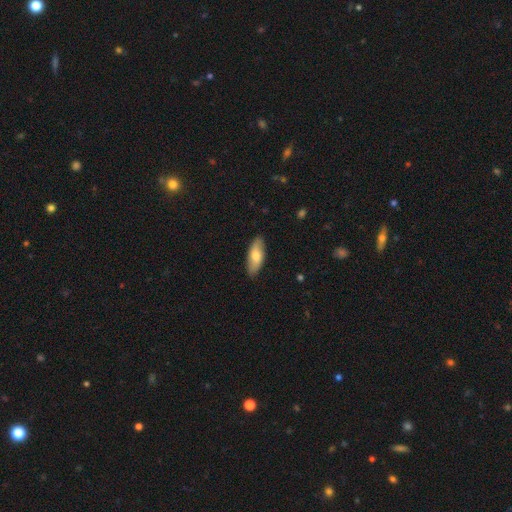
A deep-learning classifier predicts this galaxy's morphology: type=smooth (65%); roundness=in between (74%); merging=none (88%).